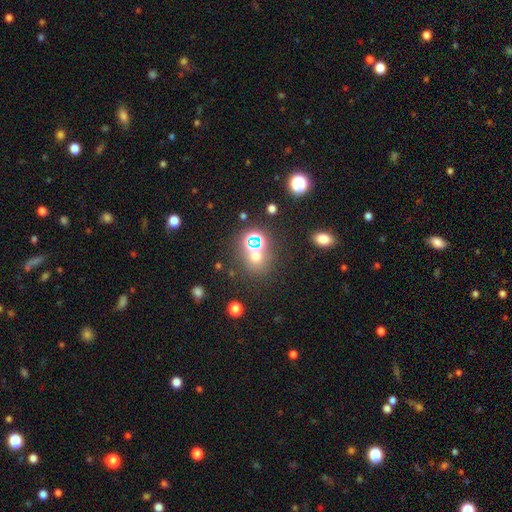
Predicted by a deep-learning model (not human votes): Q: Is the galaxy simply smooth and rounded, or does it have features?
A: smooth — 48%.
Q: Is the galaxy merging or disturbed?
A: none — 69%.